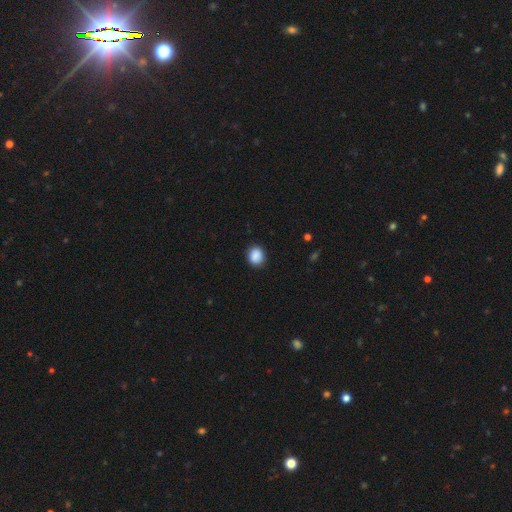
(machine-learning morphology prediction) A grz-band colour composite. It shows a smooth galaxy with no disk features (89%) that is round (64%). Merging: none (89%).